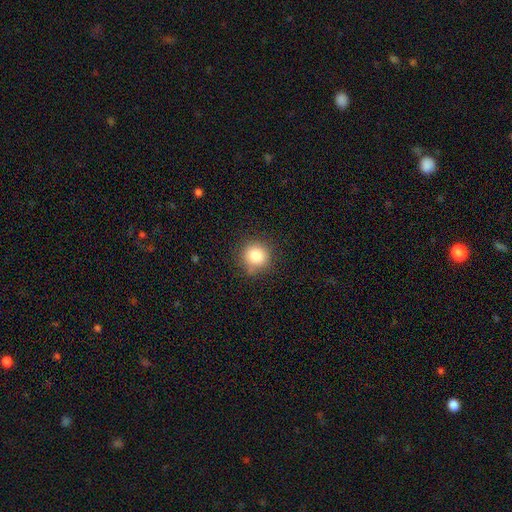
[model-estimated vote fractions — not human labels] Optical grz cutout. It shows a smooth galaxy with no disk features (82%) that is round (92%). Merging: none (83%).